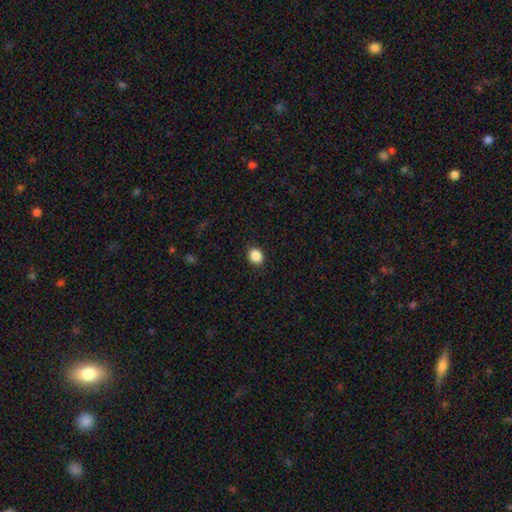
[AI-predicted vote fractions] The model was most divided on "how rounded": round: 51%, in between: 48%, cigar-shaped: 1%. More confident: merging — none (90%); smooth or featured — smooth (88%).